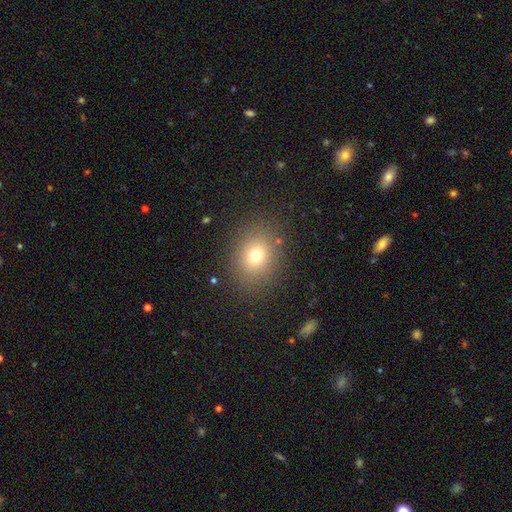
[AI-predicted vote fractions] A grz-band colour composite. It shows a smooth galaxy with no disk features (73%) that is round (52%). Merging: none (85%).